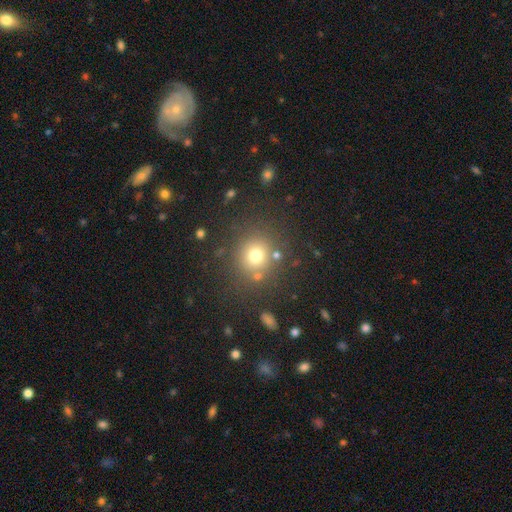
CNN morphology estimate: Smooth or featured?
  - smooth: 73% *
  - star or artifact: 17%
  - featured or disk: 10%
How rounded?
  - round: 87% *
  - in between: 12%
  - cigar-shaped: 1%
Merging?
  - none: 79% *
  - minor disturbance: 10%
  - merger: 7%
  - major disturbance: 5%